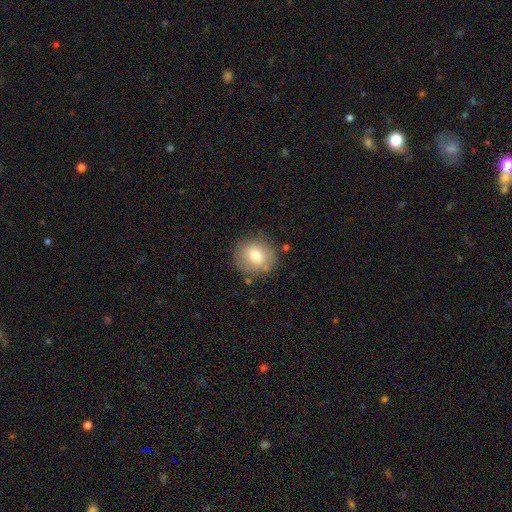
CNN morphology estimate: Smooth or featured: smooth — 75% (featured or disk — 16%)
How rounded: round — 82% (in between — 17%)
Merging: none — 81% (minor disturbance — 12%)